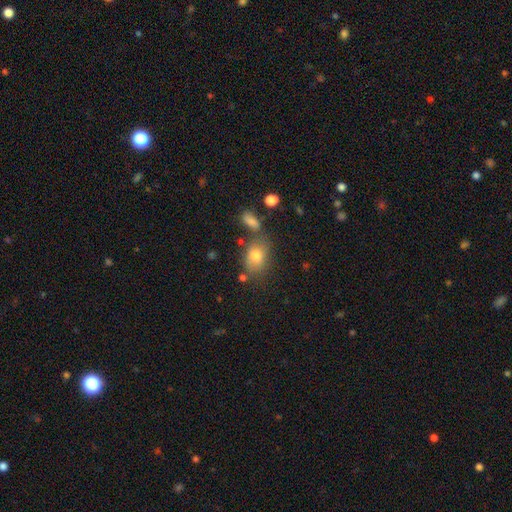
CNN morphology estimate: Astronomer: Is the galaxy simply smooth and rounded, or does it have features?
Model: smooth — 76%.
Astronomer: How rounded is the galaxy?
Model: in between — 73%.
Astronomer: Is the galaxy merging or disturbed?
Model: none — 66%.